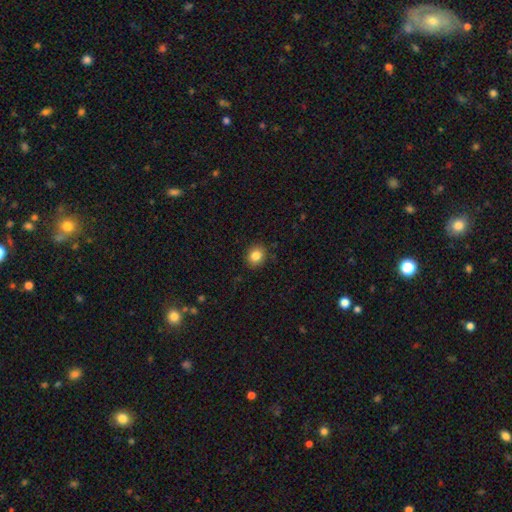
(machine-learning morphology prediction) Smooth or featured?
  - smooth: 84% *
  - star or artifact: 10%
  - featured or disk: 5%
How rounded?
  - round: 70% *
  - in between: 29%
  - cigar-shaped: 1%
Merging?
  - none: 90% *
  - minor disturbance: 7%
  - major disturbance: 2%
  - merger: 1%